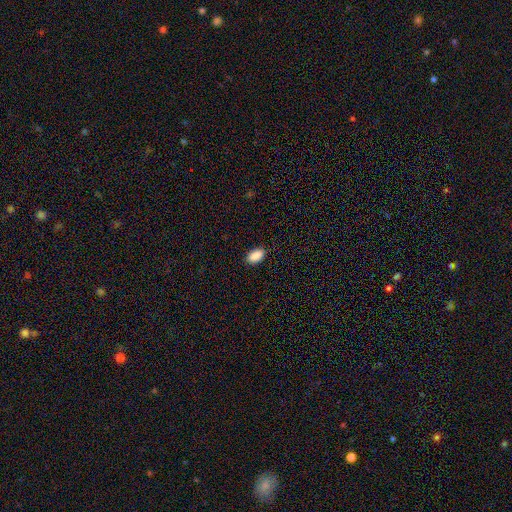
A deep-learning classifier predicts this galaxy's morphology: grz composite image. It shows a smooth galaxy with no disk features (90%) that is in between round and cigar-shaped (93%). Merging: none (88%).